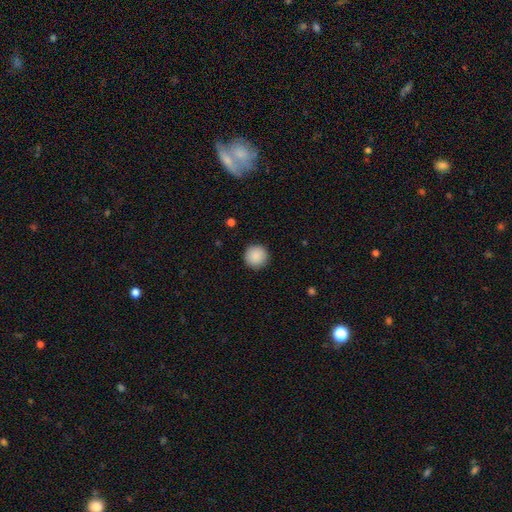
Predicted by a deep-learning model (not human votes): A smooth galaxy with no disk features (89%) that is round (96%). Merging: none (92%).